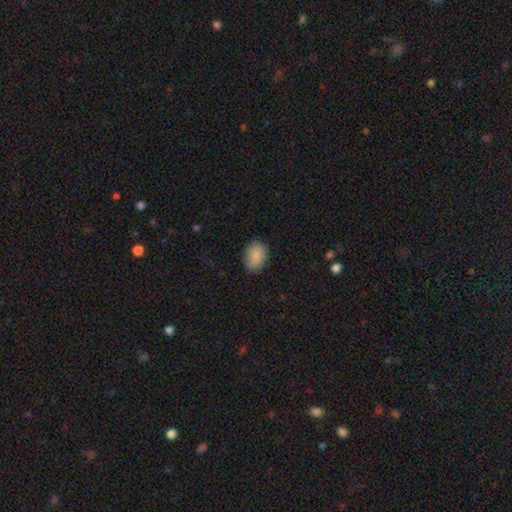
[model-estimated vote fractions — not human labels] smooth 88%, star or artifact 7%, featured or disk 6%. Down the decision tree: how rounded — in between (76%); merging — none (85%).